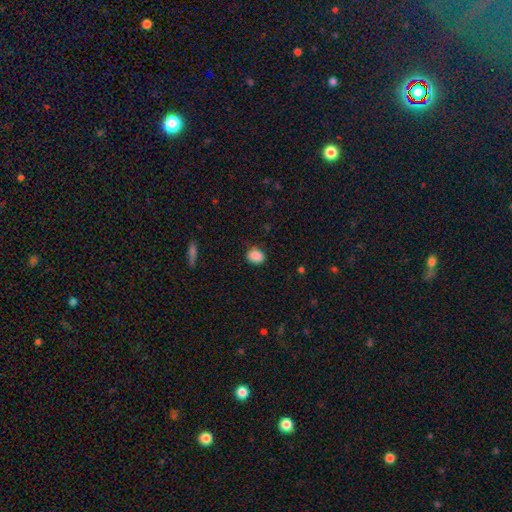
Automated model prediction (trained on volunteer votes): Q: Smooth or featured?
A: smooth (88%); runner-up: star or artifact (8%)
Q: How rounded?
A: round (50%); runner-up: in between (49%)
Q: Merging?
A: none (85%); runner-up: minor disturbance (12%)